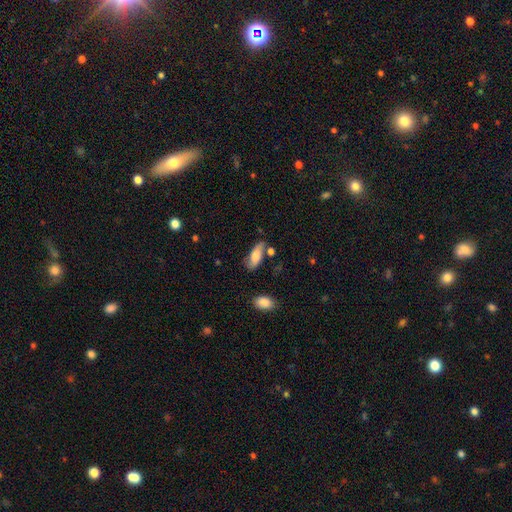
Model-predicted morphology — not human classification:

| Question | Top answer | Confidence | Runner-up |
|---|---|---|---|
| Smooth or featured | smooth | 68% | featured or disk (25%) |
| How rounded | in between | 78% | cigar-shaped (19%) |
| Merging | none | 58% | minor disturbance (26%) |